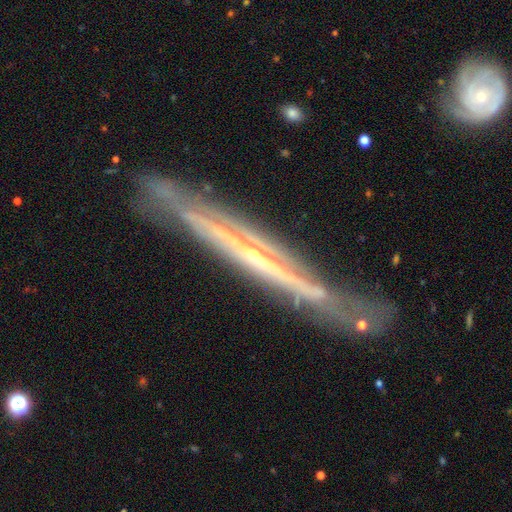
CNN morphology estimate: Smooth or featured?
  - featured or disk: 84% *
  - smooth: 10%
  - star or artifact: 6%
Edge-on disk?
  - yes: 88% *
  - no: 12%
Edge-on bulge?
  - none: 53% *
  - rounded: 41%
  - boxy: 5%
Merging?
  - none: 71% *
  - minor disturbance: 20%
  - major disturbance: 5%
  - merger: 3%